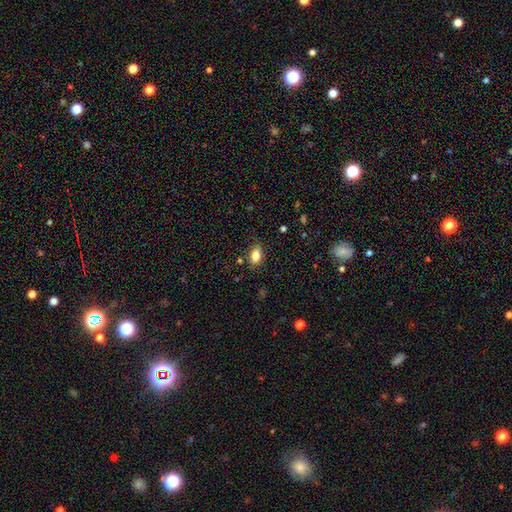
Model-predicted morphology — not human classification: Overall: smooth (82%). How rounded: in between (86%). Merging: none (80%).